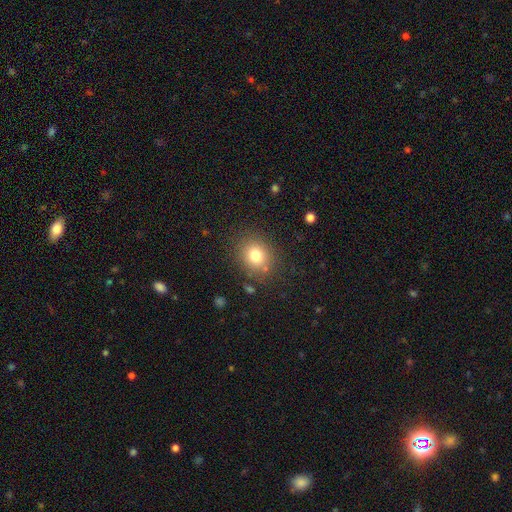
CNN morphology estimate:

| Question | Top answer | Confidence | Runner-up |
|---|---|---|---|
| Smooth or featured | smooth | 78% | star or artifact (13%) |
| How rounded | round | 72% | in between (27%) |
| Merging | none | 82% | minor disturbance (11%) |